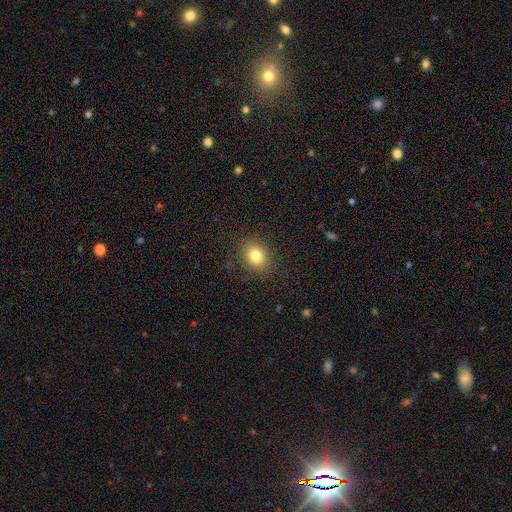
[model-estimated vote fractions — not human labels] Q: Smooth or featured?
A: smooth (80%); runner-up: star or artifact (11%)
Q: How rounded?
A: round (51%); runner-up: in between (48%)
Q: Merging?
A: none (86%); runner-up: minor disturbance (9%)